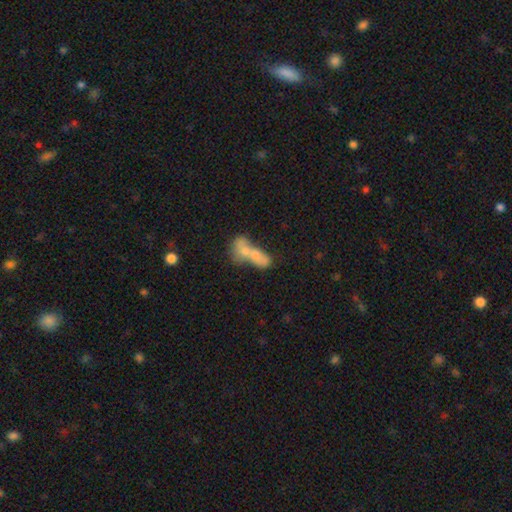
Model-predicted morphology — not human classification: smooth_or_featured: smooth (p=0.60) [alt: featured or disk p=0.28]
how_rounded: in between (p=0.62) [alt: cigar-shaped p=0.23]
merging: merger (p=0.66) [alt: none p=0.20]